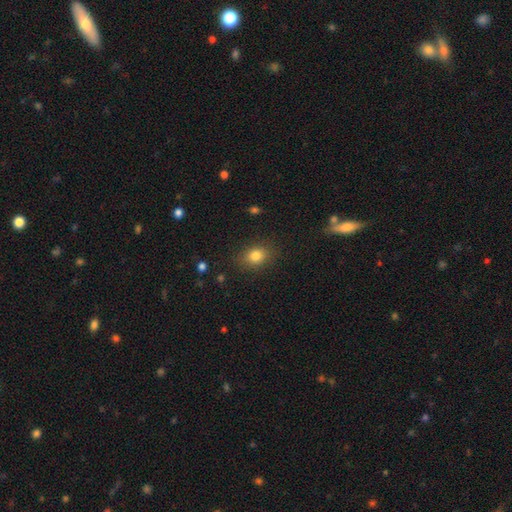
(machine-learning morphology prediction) This appears to be a smooth galaxy with no disk features (81%) that is in between round and cigar-shaped (57%). Merging: none (85%).